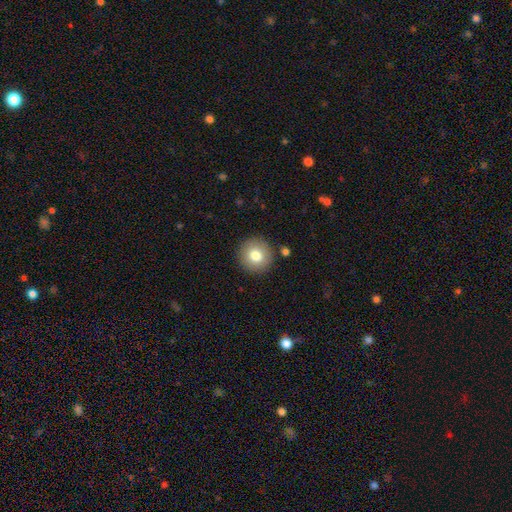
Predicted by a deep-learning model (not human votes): This is likely a smooth galaxy (79%). How rounded: clearly round (95%). Merging: clearly none (89%).